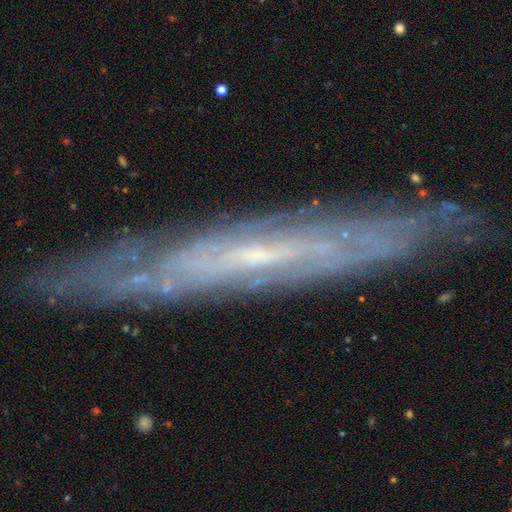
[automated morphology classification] smooth-or-featured: featured or disk: 70% | star or artifact: 16% | smooth: 14%
  disk-edge-on: yes: 63% | no: 37%
  merging: none: 85% | minor disturbance: 11% | major disturbance: 3% | merger: 1%